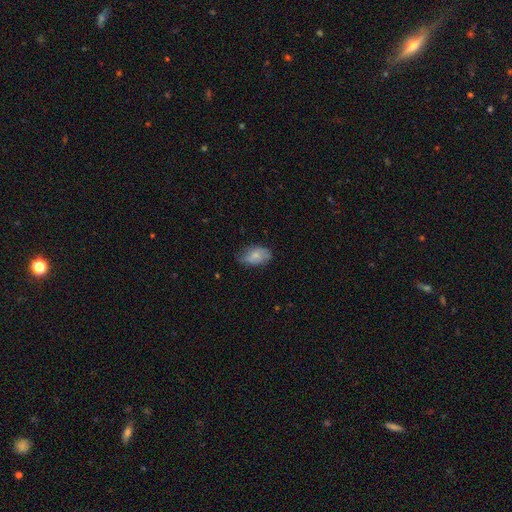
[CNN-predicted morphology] Smooth or featured: smooth — 69% (featured or disk — 24%)
How rounded: in between — 91% (round — 7%)
Merging: none — 54% (minor disturbance — 36%)